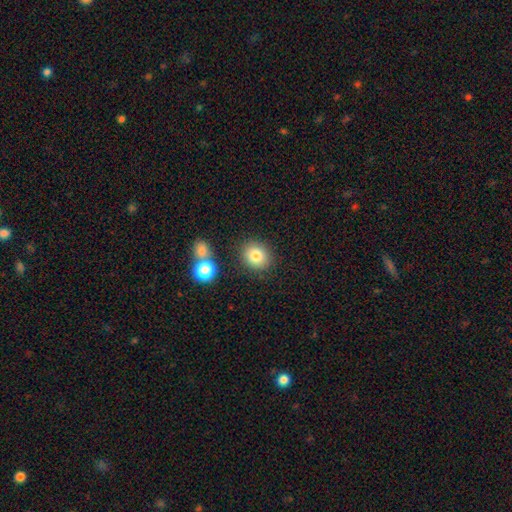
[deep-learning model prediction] Smooth or featured?
  - smooth: 81% *
  - star or artifact: 11%
  - featured or disk: 8%
How rounded?
  - round: 73% *
  - in between: 26%
  - cigar-shaped: 1%
Merging?
  - none: 82% *
  - minor disturbance: 9%
  - merger: 6%
  - major disturbance: 3%